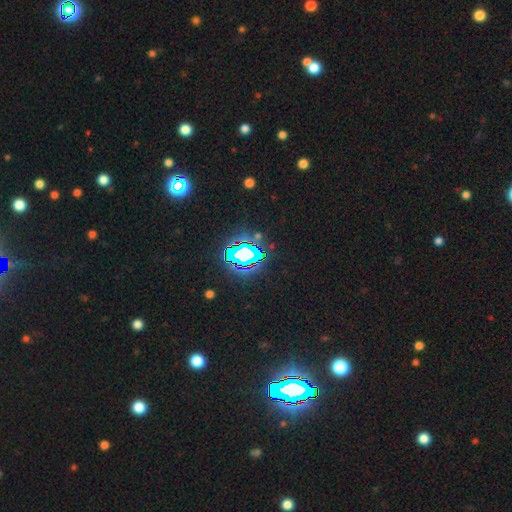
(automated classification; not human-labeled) star or artifact 84%, smooth 10%, featured or disk 6%.